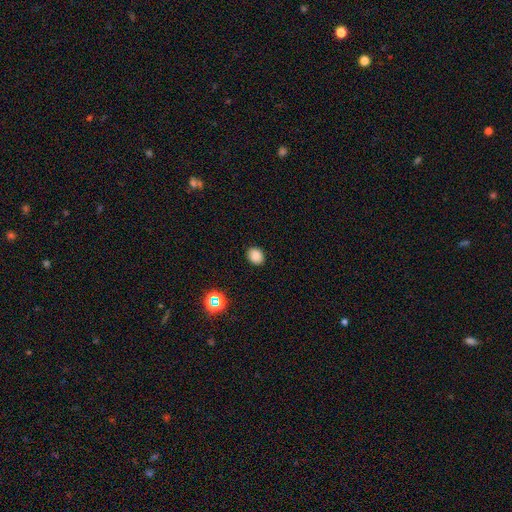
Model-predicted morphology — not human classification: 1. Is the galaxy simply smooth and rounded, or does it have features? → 84% smooth, 12% star or artifact, 4% featured or disk.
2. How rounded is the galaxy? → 51% in between, 49% round, 1% cigar-shaped.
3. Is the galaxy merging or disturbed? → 89% none, 8% minor disturbance, 2% major disturbance, 1% merger.